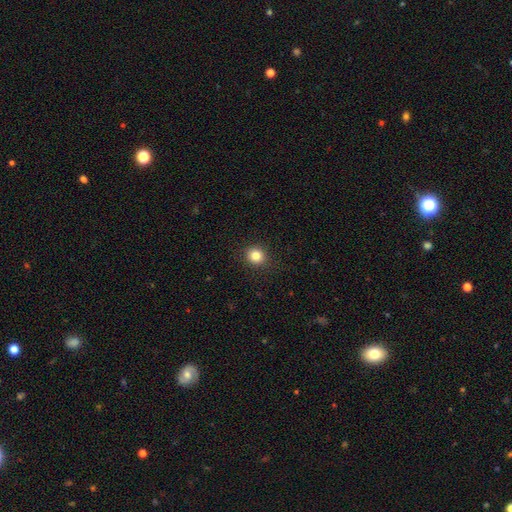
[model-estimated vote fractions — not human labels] Q: Smooth or featured?
A: smooth (83%); runner-up: star or artifact (11%)
Q: How rounded?
A: round (87%); runner-up: in between (13%)
Q: Merging?
A: none (91%); runner-up: minor disturbance (6%)